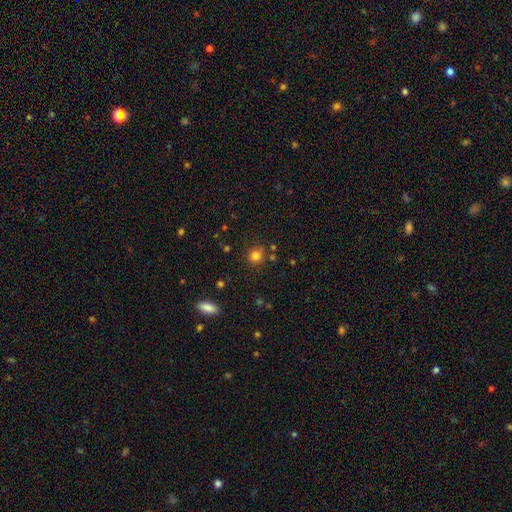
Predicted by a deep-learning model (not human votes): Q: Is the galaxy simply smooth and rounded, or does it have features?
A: smooth — 80%.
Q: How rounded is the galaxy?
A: round — 91%.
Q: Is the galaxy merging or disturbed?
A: none — 81%.